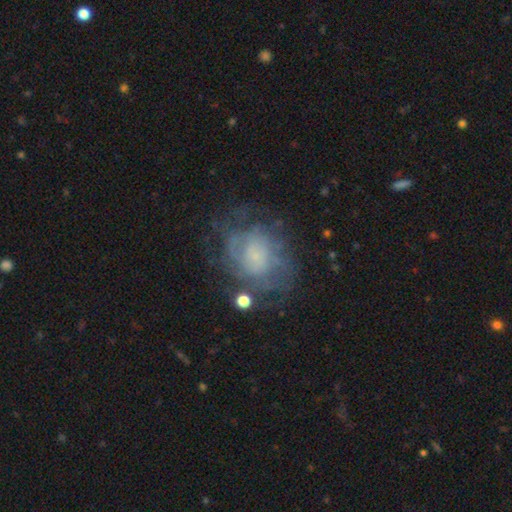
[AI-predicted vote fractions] A featured or disk galaxy (62%) with no bar (78%), spiral arms (67%) and a small central bulge (52%).

Vote fractions:
- Smooth or featured? featured or disk: 62% / smooth: 27% / star or artifact: 11%
- Edge-on disk? no: 98% / yes: 2%
- Bar? no: 78% / weak: 19% / strong: 3%
- Spiral arms? yes: 67% / no: 33%
- Bulge size? small: 52% / none: 24% / moderate: 16% / large: 6% / dominant: 2%
- Merging? none: 58% / minor disturbance: 20% / major disturbance: 19% / merger: 4%